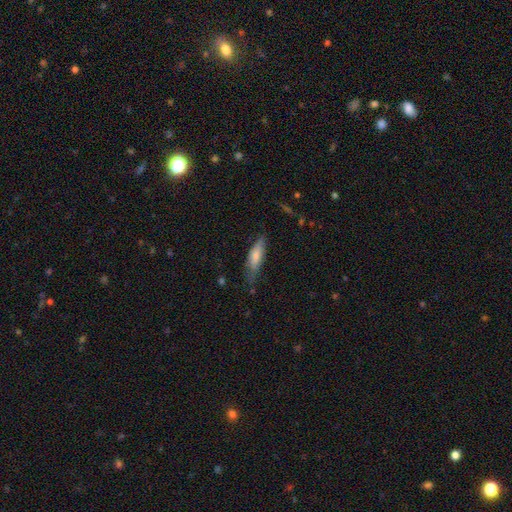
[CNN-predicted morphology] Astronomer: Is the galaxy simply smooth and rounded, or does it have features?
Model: smooth — 73%.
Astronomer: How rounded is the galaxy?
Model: cigar-shaped — 54% (runner-up: in between, 44%).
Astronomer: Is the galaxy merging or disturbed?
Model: none — 59%.